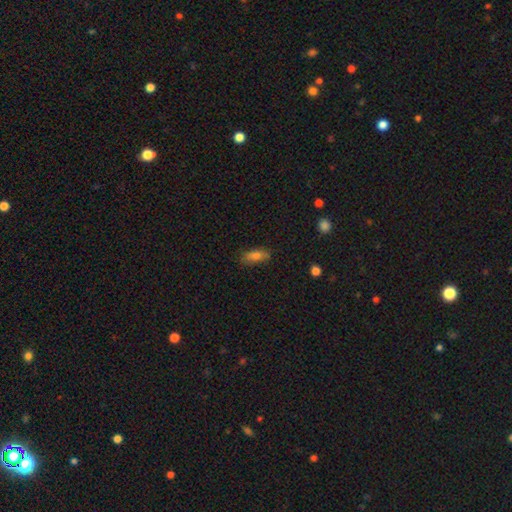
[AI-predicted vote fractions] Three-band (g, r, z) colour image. It shows a smooth galaxy with no disk features (76%) that is in between round and cigar-shaped (71%). Merging: none (80%).